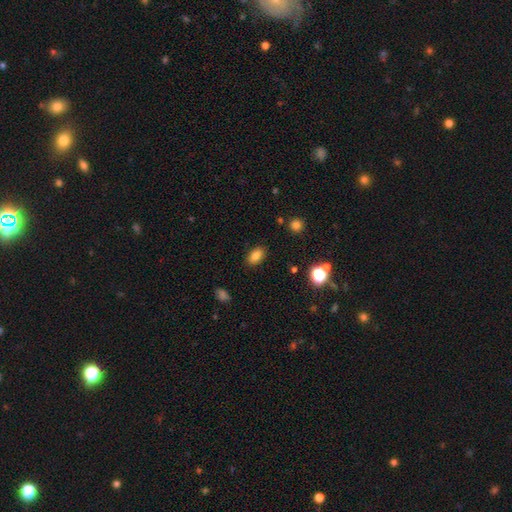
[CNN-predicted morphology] smooth-or-featured: smooth: 81% | star or artifact: 11% | featured or disk: 7%
  how-rounded: in between: 87% | round: 11% | cigar-shaped: 2%
  merging: none: 87% | minor disturbance: 9% | major disturbance: 3% | merger: 2%